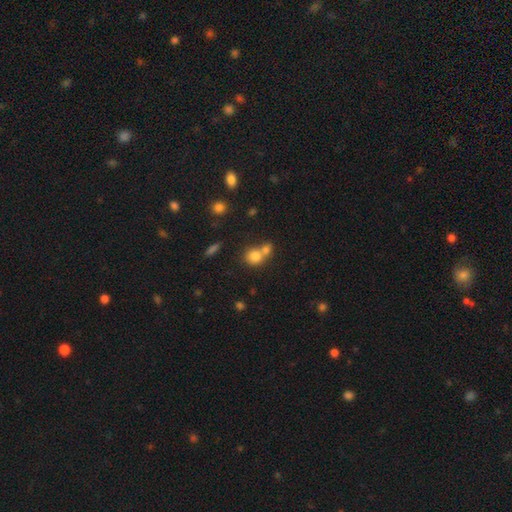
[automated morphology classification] Q: Smooth or featured?
A: smooth (79%); runner-up: star or artifact (11%)
Q: How rounded?
A: round (78%); runner-up: in between (21%)
Q: Merging?
A: merger (53%); runner-up: none (37%)